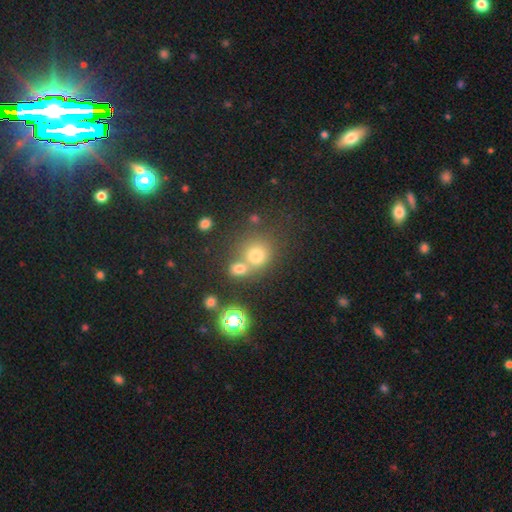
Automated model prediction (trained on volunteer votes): Smooth or featured: smooth — 70% (star or artifact — 20%)
How rounded: round — 84% (in between — 15%)
Merging: none — 49% (merger — 38%)